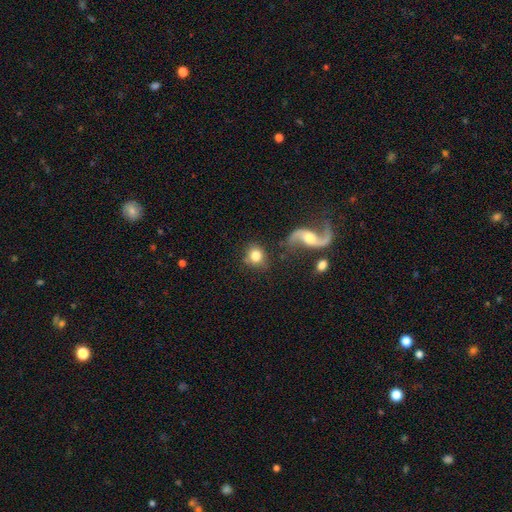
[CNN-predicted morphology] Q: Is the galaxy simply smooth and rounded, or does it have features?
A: smooth — 73%.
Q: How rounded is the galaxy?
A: round — 79%.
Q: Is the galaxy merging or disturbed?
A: none — 73%.